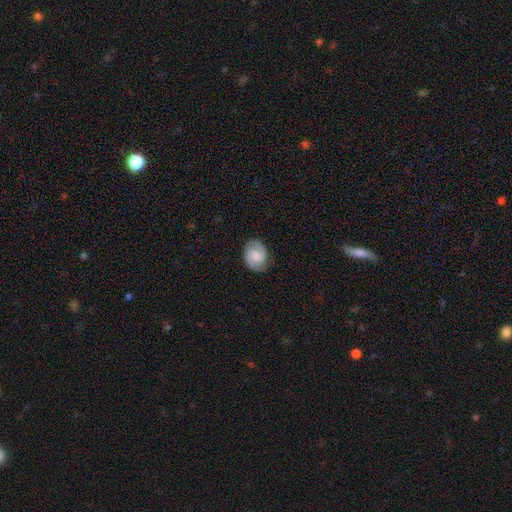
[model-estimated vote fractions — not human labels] The model was most divided on "smooth or featured": featured or disk: 47%, smooth: 45%, star or artifact: 8%. More confident: merging — none (79%).